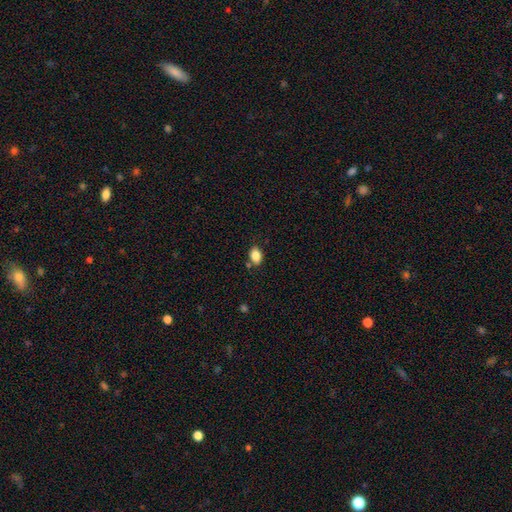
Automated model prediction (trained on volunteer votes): A smooth galaxy with no disk features (86%) that is in between round and cigar-shaped (81%). Merging: none (77%).